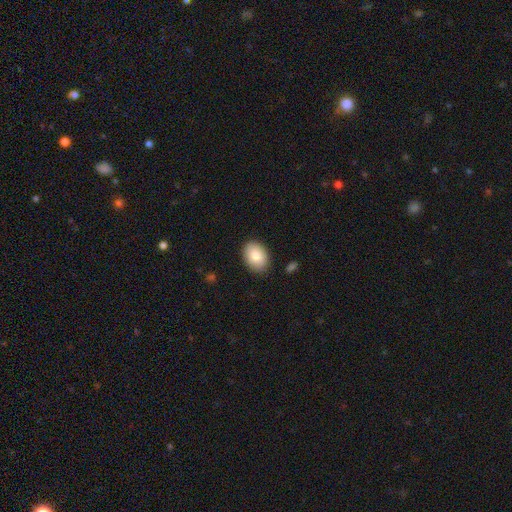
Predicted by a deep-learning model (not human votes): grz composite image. It shows a smooth galaxy with no disk features (86%) that is in between round and cigar-shaped (80%). Merging: none (86%).